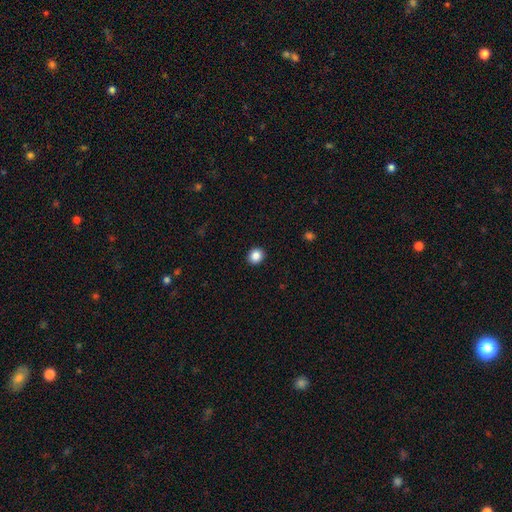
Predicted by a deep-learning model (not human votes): The model was most divided on "how rounded": round: 77%, in between: 22%, cigar-shaped: 1%. More confident: merging — none (92%); smooth or featured — smooth (87%).